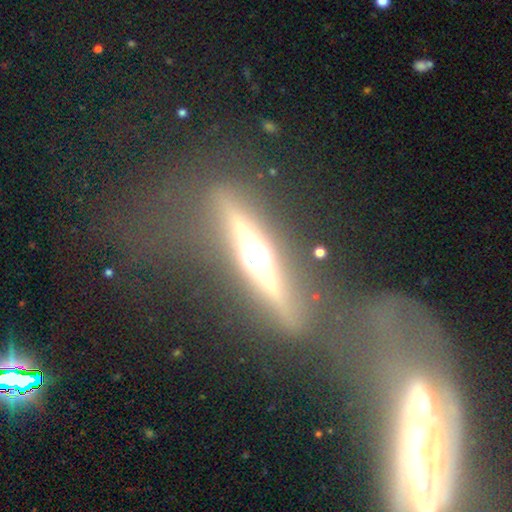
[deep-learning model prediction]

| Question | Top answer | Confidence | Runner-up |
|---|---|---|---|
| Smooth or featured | featured or disk | 84% | smooth (8%) |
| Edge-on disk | yes | 95% | no (5%) |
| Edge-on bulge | rounded | 86% | boxy (10%) |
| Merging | none | 73% | minor disturbance (14%) |